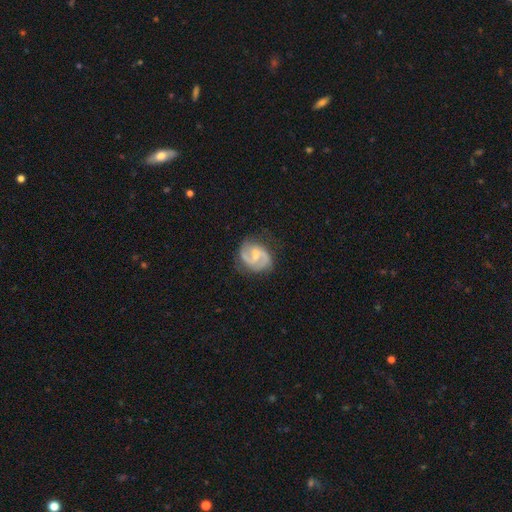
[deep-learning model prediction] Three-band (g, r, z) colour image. It shows a featured or disk galaxy (83%) with a weak bar (56%), 2 (89%) medium (55%) spiral arms (95%) and a small central bulge (48%). Merging: none (71%).